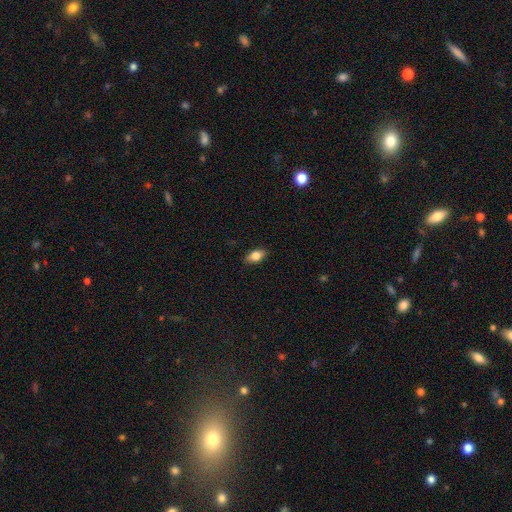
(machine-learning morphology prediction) Smooth or featured? Predicted: smooth (p=0.77). How rounded? Predicted: in between (p=0.86). Merging? Predicted: none (p=0.87).